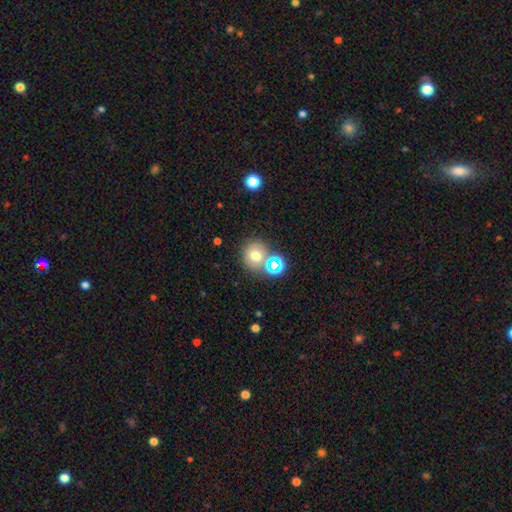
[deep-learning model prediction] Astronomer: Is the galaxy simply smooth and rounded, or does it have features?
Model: smooth — 67%.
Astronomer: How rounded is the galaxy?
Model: round — 82%.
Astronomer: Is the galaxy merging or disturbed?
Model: none — 60%.